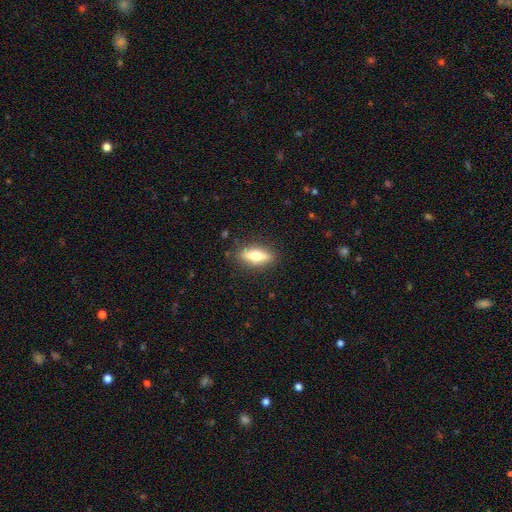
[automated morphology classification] This is likely a smooth galaxy (61%). How rounded: possibly in between (51%). Merging: clearly none (86%).